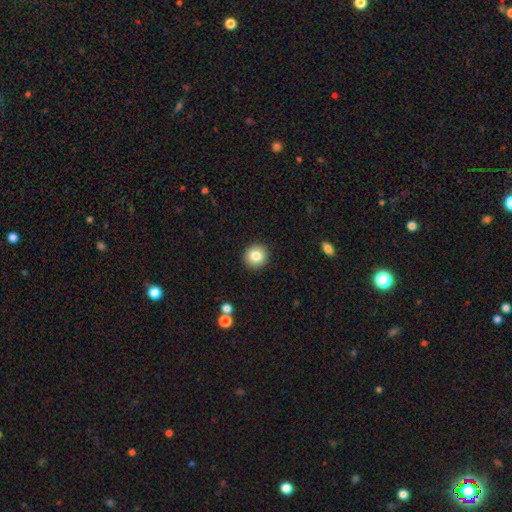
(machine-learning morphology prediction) A smooth galaxy with no disk features (83%) that is round (92%).

Vote fractions:
- Smooth or featured? smooth: 83% / star or artifact: 9% / featured or disk: 8%
- How rounded? round: 92% / in between: 7% / cigar-shaped: 1%
- Merging? none: 92% / minor disturbance: 5% / major disturbance: 2% / merger: 1%